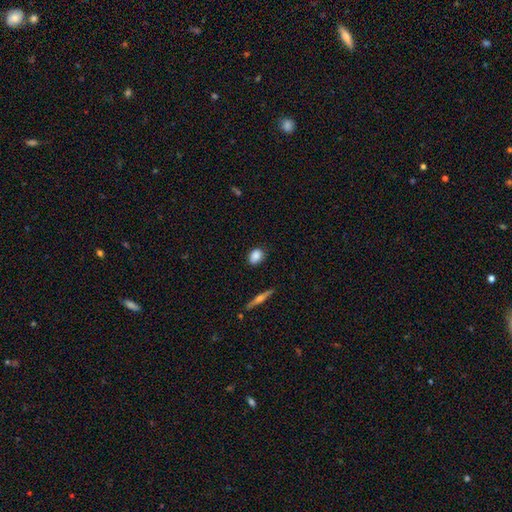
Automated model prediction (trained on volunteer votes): Smooth or featured?
  - smooth: 85% *
  - featured or disk: 7%
  - star or artifact: 7%
How rounded?
  - in between: 65% *
  - round: 31%
  - cigar-shaped: 3%
Merging?
  - none: 84% *
  - minor disturbance: 12%
  - major disturbance: 2%
  - merger: 2%